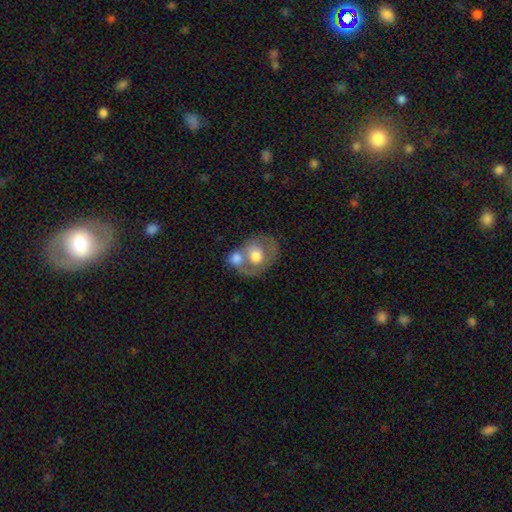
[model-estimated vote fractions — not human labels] Smooth or featured: smooth — 53% (featured or disk — 41%)
How rounded: round — 53% (in between — 46%)
Merging: merger — 49% (none — 31%)